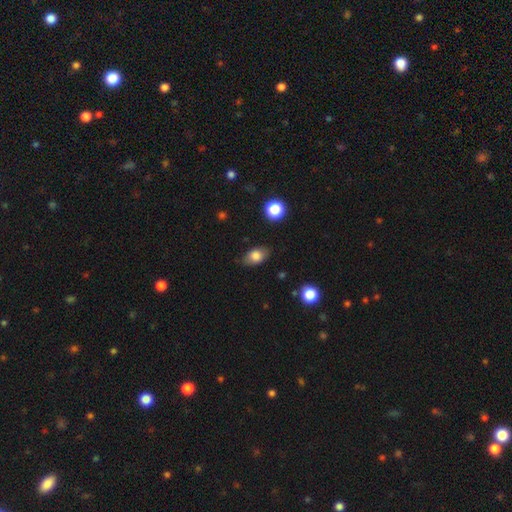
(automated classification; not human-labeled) Smooth or featured?
  - smooth: 79% *
  - featured or disk: 13%
  - star or artifact: 8%
How rounded?
  - in between: 85% *
  - round: 13%
  - cigar-shaped: 2%
Merging?
  - none: 77% *
  - minor disturbance: 18%
  - major disturbance: 4%
  - merger: 2%